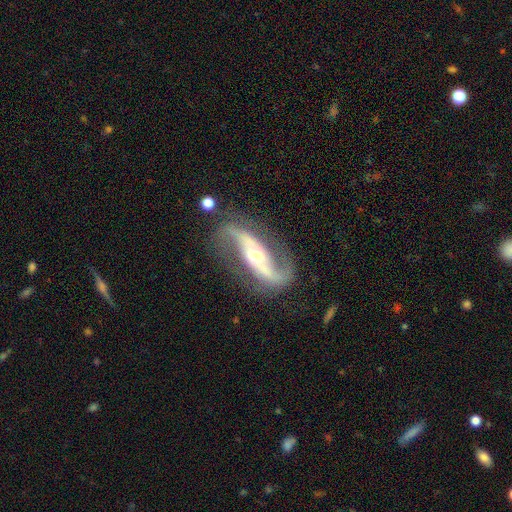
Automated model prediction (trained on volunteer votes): This is clearly a featured or disk galaxy (91%). It is clearly not viewed edge-on (93%). Bar: marginally strong (44%). Spiral arm pattern: clearly yes (96%). Spiral arm count: clearly 2 (93%). Spiral winding: possibly loose (58%). Central bulge: likely moderate (70%). Merging: likely none (74%).